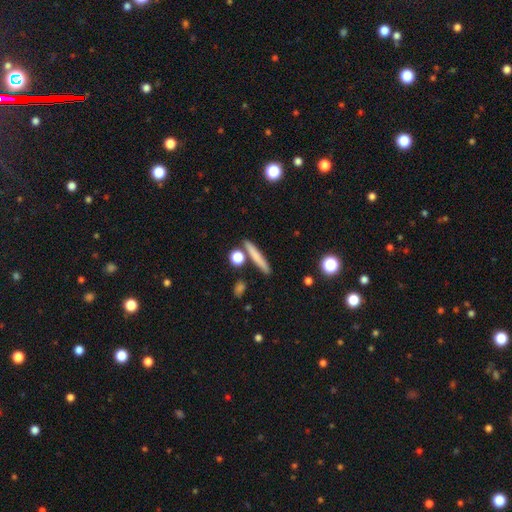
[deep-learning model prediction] smooth-or-featured: smooth: 71% | featured or disk: 21% | star or artifact: 8%
  how-rounded: cigar-shaped: 88% | in between: 7% | round: 5%
  merging: none: 83% | minor disturbance: 8% | merger: 7% | major disturbance: 2%